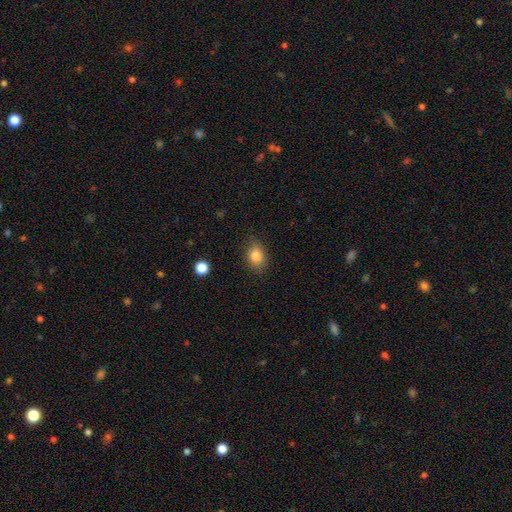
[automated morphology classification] A smooth galaxy with no disk features (83%) that is in between round and cigar-shaped (74%).

Vote fractions:
- Smooth or featured? smooth: 83% / star or artifact: 9% / featured or disk: 8%
- How rounded? in between: 74% / round: 24% / cigar-shaped: 2%
- Merging? none: 82% / minor disturbance: 14% / major disturbance: 3% / merger: 1%